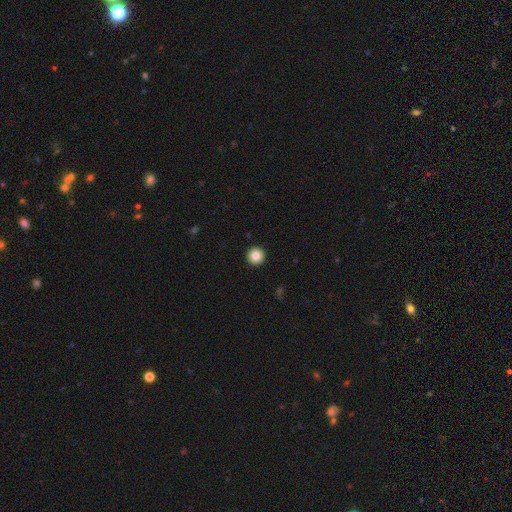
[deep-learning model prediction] Q: Smooth or featured?
A: smooth (86%); runner-up: star or artifact (9%)
Q: How rounded?
A: round (97%); runner-up: in between (2%)
Q: Merging?
A: none (94%); runner-up: minor disturbance (4%)